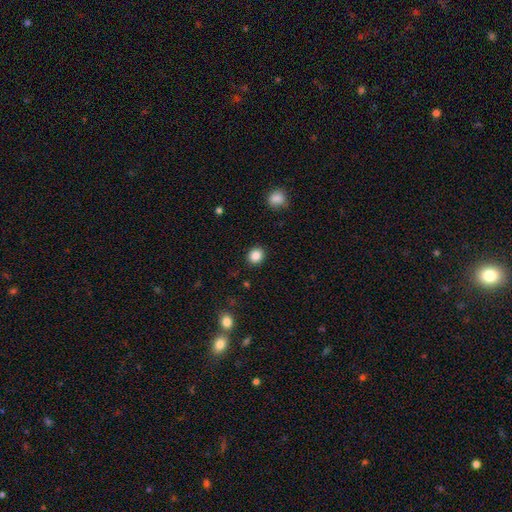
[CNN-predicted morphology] A smooth galaxy with no disk features (87%) that is round (81%).

Vote fractions:
- Smooth or featured? smooth: 87% / star or artifact: 10% / featured or disk: 3%
- How rounded? round: 81% / in between: 18% / cigar-shaped: 1%
- Merging? none: 91% / minor disturbance: 6% / major disturbance: 2% / merger: 1%